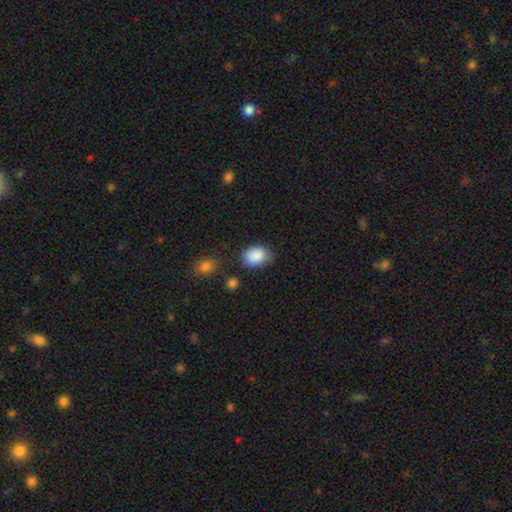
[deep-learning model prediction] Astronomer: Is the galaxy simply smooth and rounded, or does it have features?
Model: smooth — 88%.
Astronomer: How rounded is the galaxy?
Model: in between — 77%.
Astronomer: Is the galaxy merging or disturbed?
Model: none — 71%.